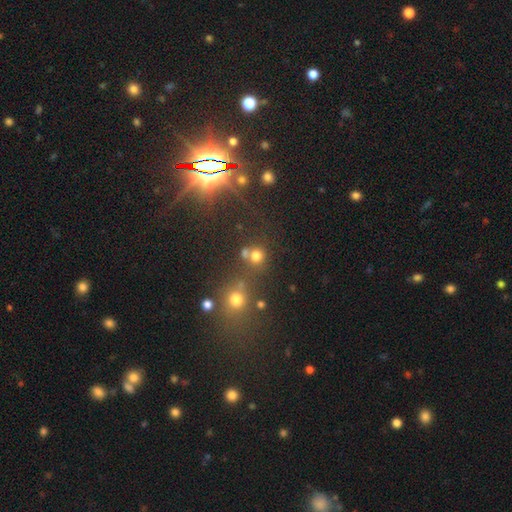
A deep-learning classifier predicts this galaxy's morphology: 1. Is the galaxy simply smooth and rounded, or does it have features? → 72% smooth, 20% star or artifact, 7% featured or disk.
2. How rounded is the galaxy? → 89% round, 10% in between, 1% cigar-shaped.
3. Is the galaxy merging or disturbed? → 64% none, 22% merger, 9% minor disturbance, 5% major disturbance.